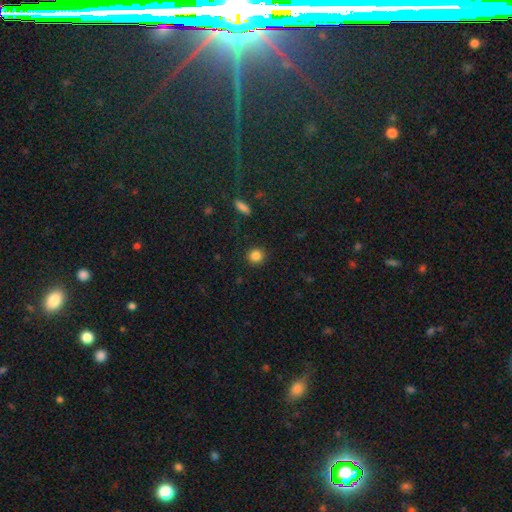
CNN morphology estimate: A smooth galaxy with no disk features (85%) that is round (89%).

Vote fractions:
- Smooth or featured? smooth: 85% / star or artifact: 11% / featured or disk: 4%
- How rounded? round: 89% / in between: 10% / cigar-shaped: 1%
- Merging? none: 90% / minor disturbance: 7% / major disturbance: 2% / merger: 1%